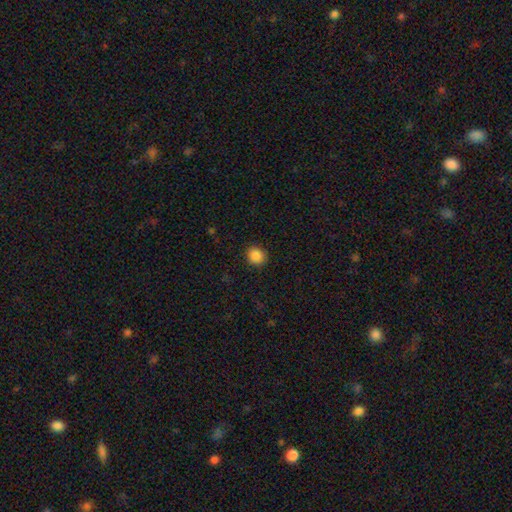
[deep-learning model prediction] A smooth galaxy with no disk features (87%) that is round (78%).

Vote fractions:
- Smooth or featured? smooth: 87% / star or artifact: 10% / featured or disk: 3%
- How rounded? round: 78% / in between: 21% / cigar-shaped: 1%
- Merging? none: 90% / minor disturbance: 7% / major disturbance: 2% / merger: 1%